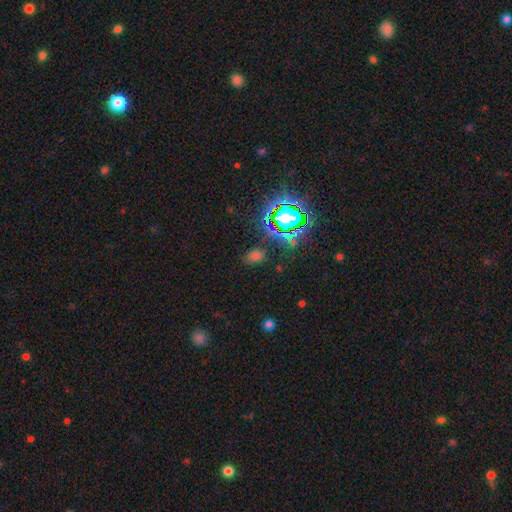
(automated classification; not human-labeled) Smooth or featured? Predicted: smooth (p=0.55). How rounded? Predicted: in between (p=0.77). Merging? Predicted: none (p=0.79).